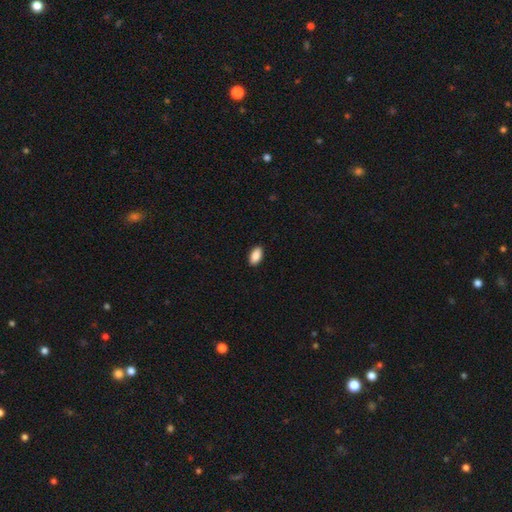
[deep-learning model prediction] smooth_or_featured: smooth (p=0.90) [alt: star or artifact p=0.07]
how_rounded: in between (p=0.94) [alt: round p=0.03]
merging: none (p=0.90) [alt: minor disturbance p=0.07]